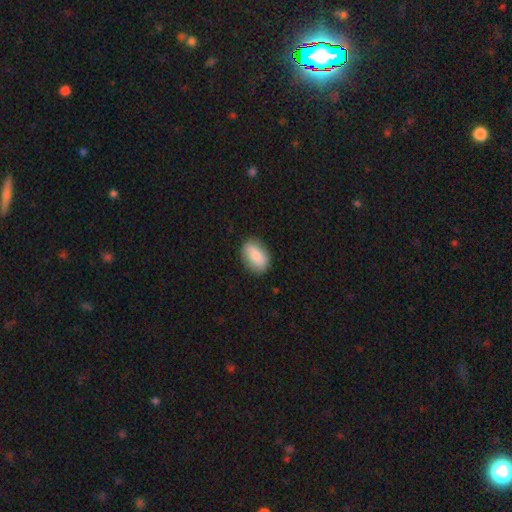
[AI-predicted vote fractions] This is clearly a smooth galaxy (80%). How rounded: clearly in between (87%). Merging: clearly none (81%).